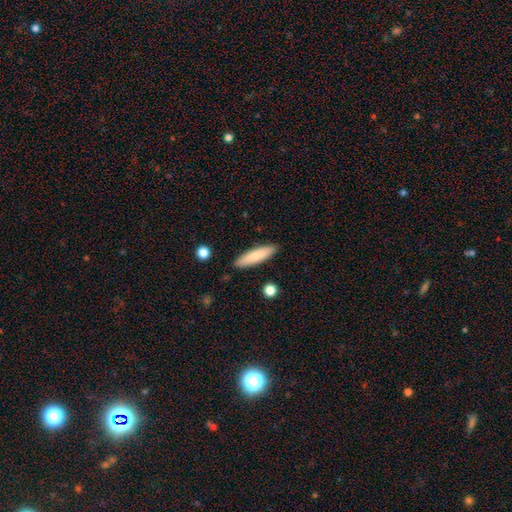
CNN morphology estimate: Smooth or featured? Predicted: smooth (p=0.82). How rounded? Predicted: cigar-shaped (p=0.75). Merging? Predicted: none (p=0.89).